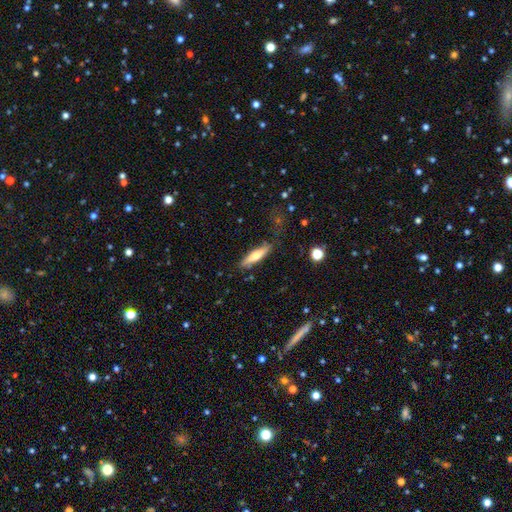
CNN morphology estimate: This is likely a smooth galaxy (64%). How rounded: likely cigar-shaped (74%). Merging: likely none (75%).